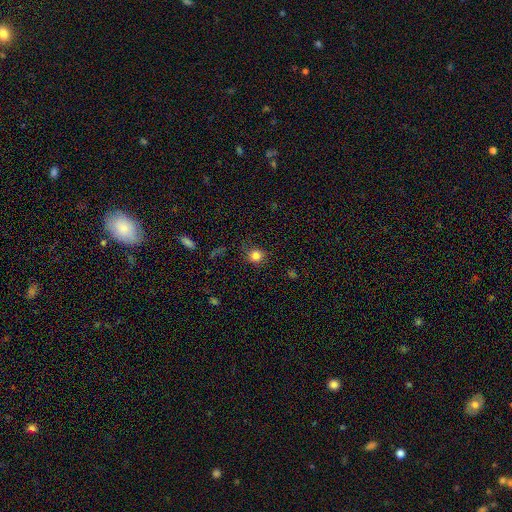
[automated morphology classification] Smooth or featured: smooth — 82% (star or artifact — 12%)
How rounded: round — 85% (in between — 14%)
Merging: none — 77% (minor disturbance — 15%)